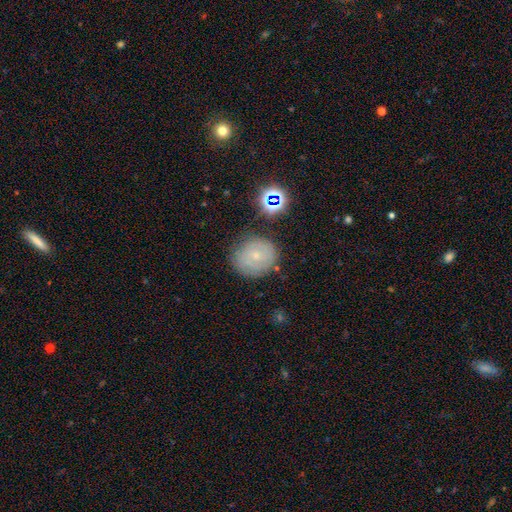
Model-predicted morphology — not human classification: A smooth galaxy with no disk features (47%).

Vote fractions:
- Smooth or featured? smooth: 47% / featured or disk: 37% / star or artifact: 16%
- Merging? none: 75% / minor disturbance: 17% / major disturbance: 5% / merger: 3%